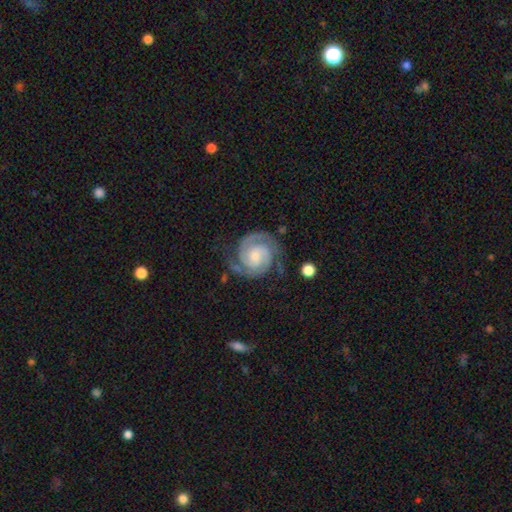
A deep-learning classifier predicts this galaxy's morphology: Smooth or featured? Predicted: featured or disk (p=0.91). Edge-on disk? Predicted: no (p=0.98). Bar? Predicted: no (p=0.59). Spiral arms? Predicted: yes (p=0.99). Spiral winding? Predicted: tight (p=0.67). Spiral arm count? Predicted: 2 (p=0.89). Bulge size? Predicted: small (p=0.49). Merging? Predicted: none (p=0.76).